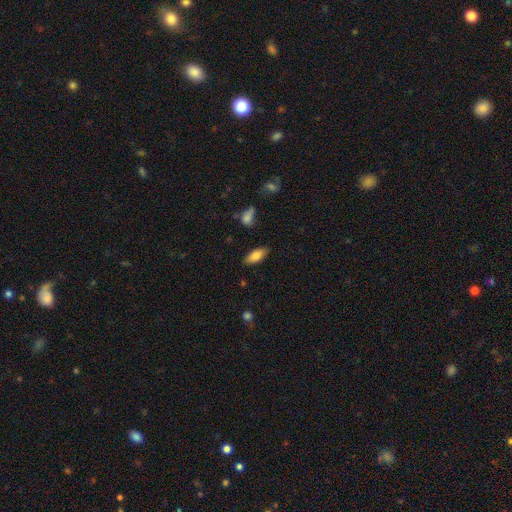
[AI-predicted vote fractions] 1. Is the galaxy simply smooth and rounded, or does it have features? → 81% smooth, 11% featured or disk, 7% star or artifact.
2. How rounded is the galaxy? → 84% in between, 14% cigar-shaped, 2% round.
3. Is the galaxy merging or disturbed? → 84% none, 12% minor disturbance, 3% major disturbance, 2% merger.